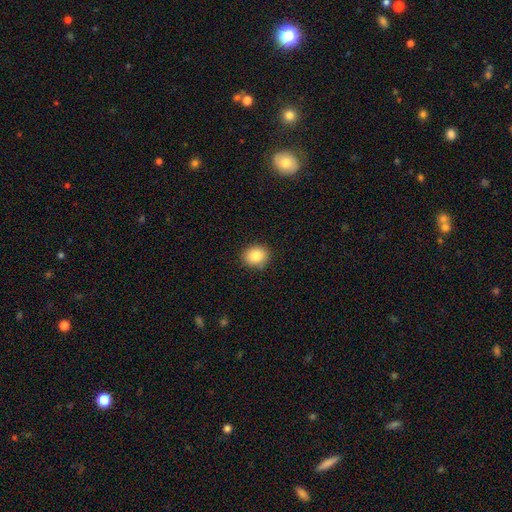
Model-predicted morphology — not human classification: This is clearly a smooth galaxy (85%). How rounded: likely round (69%). Merging: clearly none (87%).